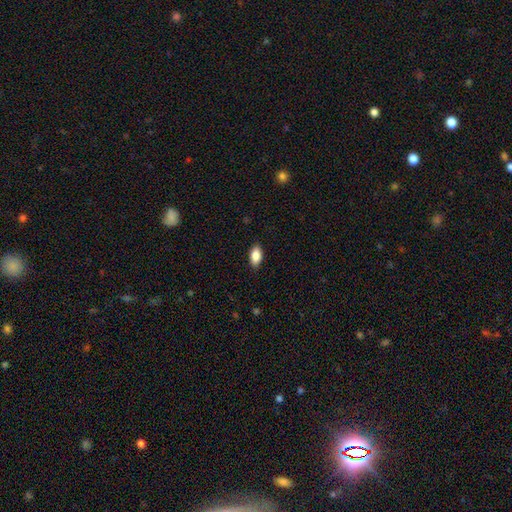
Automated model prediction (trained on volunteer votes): Smooth or featured? smooth (87%)
How rounded? in between (93%)
Merging? none (88%)